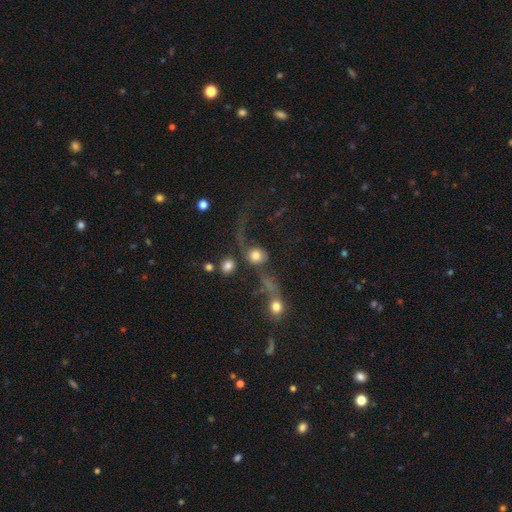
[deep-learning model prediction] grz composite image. It shows a smooth galaxy with no disk features (64%) that is round (81%). Merging: major disturbance (35%).